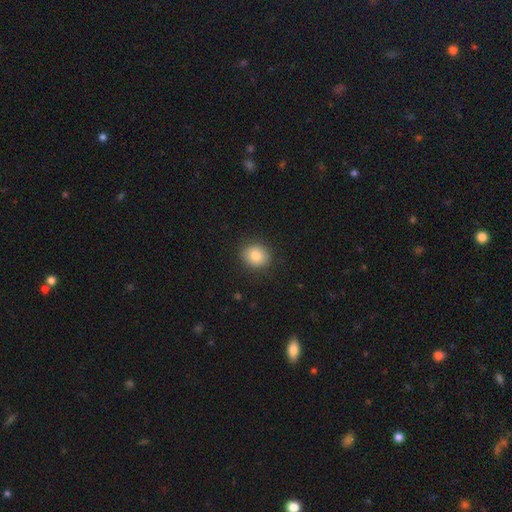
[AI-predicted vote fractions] Smooth or featured?
  - smooth: 82% *
  - star or artifact: 9%
  - featured or disk: 8%
How rounded?
  - round: 77% *
  - in between: 22%
  - cigar-shaped: 1%
Merging?
  - none: 89% *
  - minor disturbance: 8%
  - major disturbance: 2%
  - merger: 1%